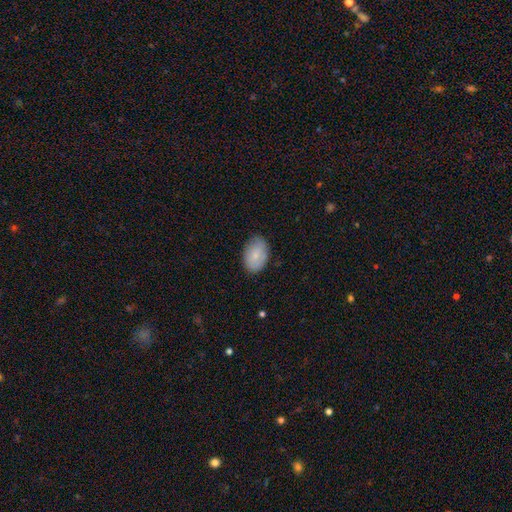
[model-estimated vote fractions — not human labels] A smooth galaxy with no disk features (79%) that is in between round and cigar-shaped (87%). Merging: none (80%).